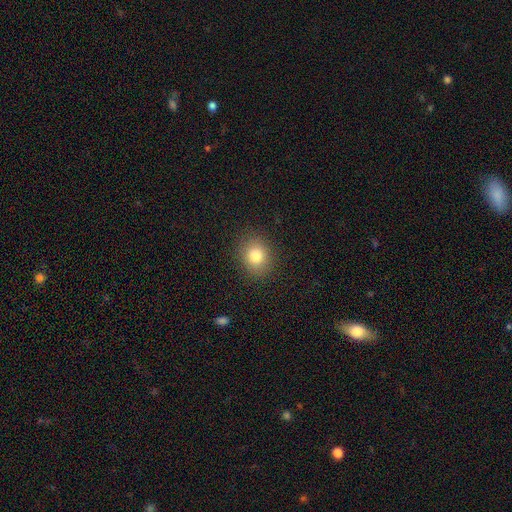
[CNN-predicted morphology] smooth 81%, star or artifact 11%, featured or disk 8%. Down the decision tree: how rounded — round (69%); merging — none (87%).